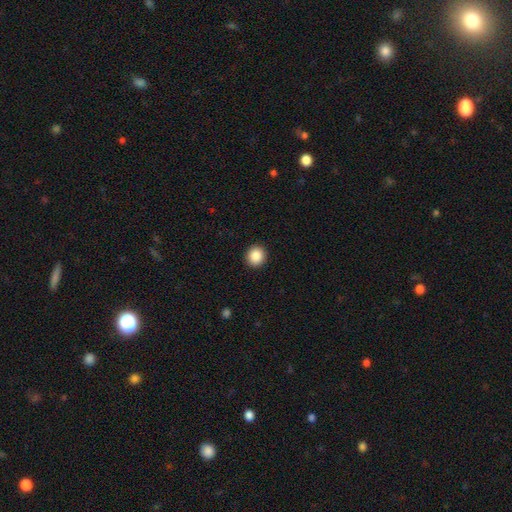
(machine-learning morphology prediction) Smooth or featured? Predicted: smooth (p=0.88). How rounded? Predicted: round (p=0.87). Merging? Predicted: none (p=0.93).